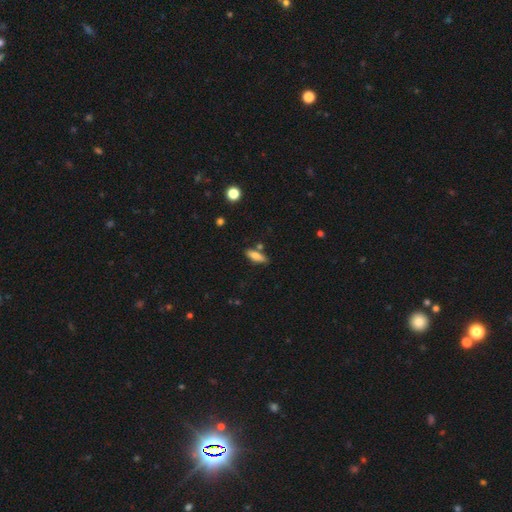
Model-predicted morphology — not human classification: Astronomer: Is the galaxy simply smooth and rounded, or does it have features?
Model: smooth — 73%.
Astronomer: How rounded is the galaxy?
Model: in between — 53% (runner-up: cigar-shaped, 45%).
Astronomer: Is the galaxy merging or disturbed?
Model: none — 75%.